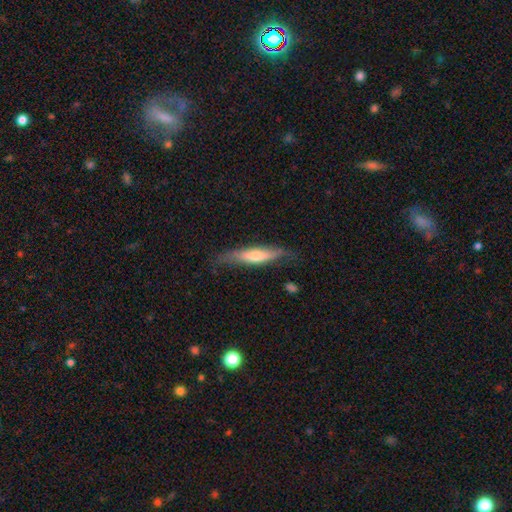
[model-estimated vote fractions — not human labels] smooth-or-featured: featured or disk: 48% | smooth: 46% | star or artifact: 6%
  merging: none: 69% | minor disturbance: 23% | major disturbance: 7% | merger: 2%